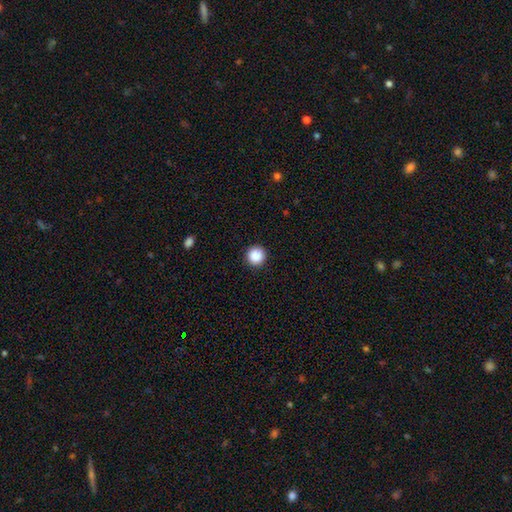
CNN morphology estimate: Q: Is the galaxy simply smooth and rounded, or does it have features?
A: smooth — 89%.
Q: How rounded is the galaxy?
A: round — 96%.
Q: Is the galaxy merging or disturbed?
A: none — 93%.